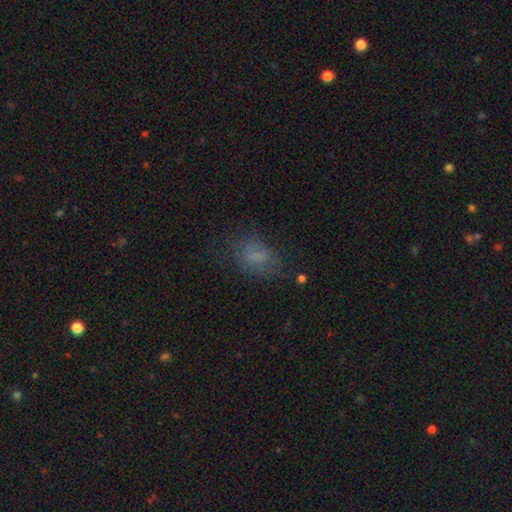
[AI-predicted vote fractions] Q: Smooth or featured?
A: smooth (65%); runner-up: featured or disk (18%)
Q: How rounded?
A: in between (77%); runner-up: round (19%)
Q: Merging?
A: none (59%); runner-up: minor disturbance (22%)